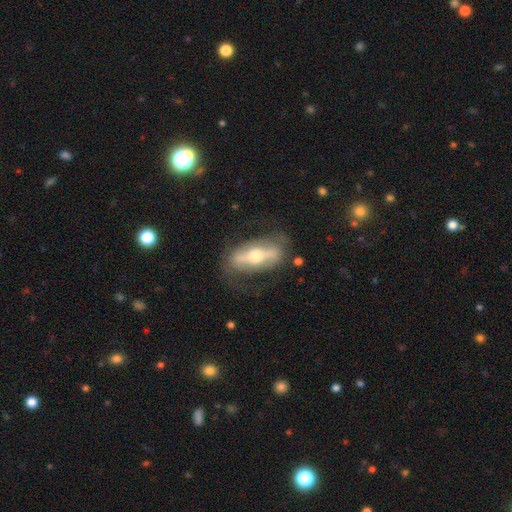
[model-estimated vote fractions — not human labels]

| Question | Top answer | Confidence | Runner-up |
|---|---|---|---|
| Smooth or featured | featured or disk | 65% | smooth (29%) |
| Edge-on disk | no | 61% | yes (39%) |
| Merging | none | 70% | minor disturbance (18%) |